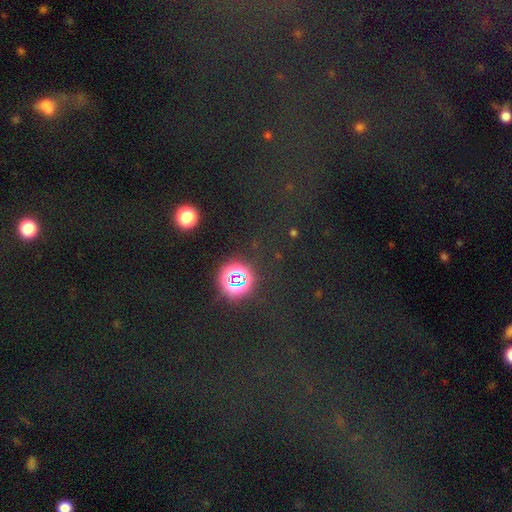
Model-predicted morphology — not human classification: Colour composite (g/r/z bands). It shows a star or artifact, not a galaxy (63%).